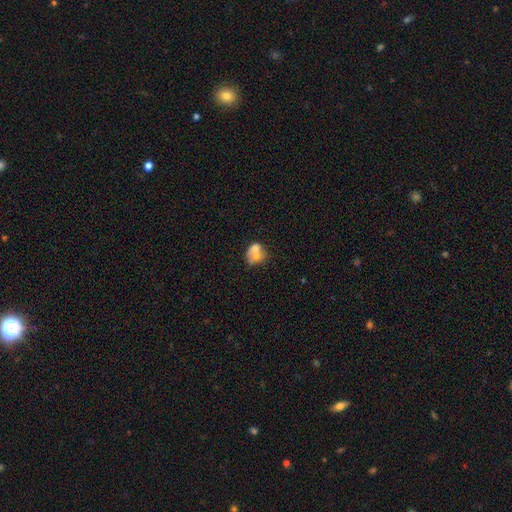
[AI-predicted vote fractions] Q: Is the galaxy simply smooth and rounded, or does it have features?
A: smooth — 60%.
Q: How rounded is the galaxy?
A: round — 50%.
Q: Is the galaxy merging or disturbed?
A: merger — 53%.